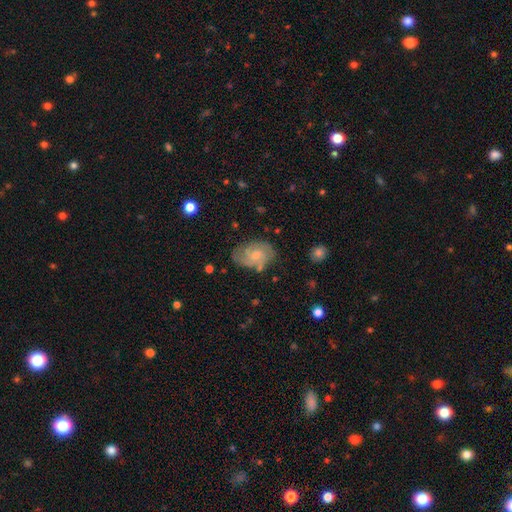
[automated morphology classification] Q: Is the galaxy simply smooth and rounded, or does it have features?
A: featured or disk — 67%.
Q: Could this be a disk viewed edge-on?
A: no — 97%.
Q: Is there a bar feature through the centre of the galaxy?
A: no — 67%.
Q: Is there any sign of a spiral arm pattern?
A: yes — 89%.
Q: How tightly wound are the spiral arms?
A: medium — 44%.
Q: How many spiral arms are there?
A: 2 — 41%.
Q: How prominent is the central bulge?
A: small — 50%.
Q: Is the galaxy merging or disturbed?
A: none — 64%.